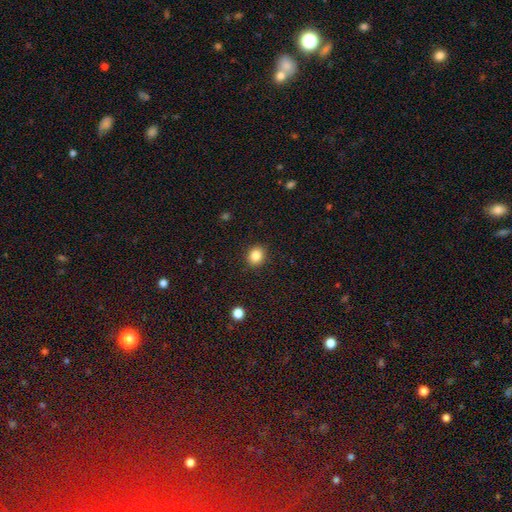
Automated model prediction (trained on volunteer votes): This is clearly a smooth galaxy (84%). How rounded: likely round (75%). Merging: clearly none (91%).